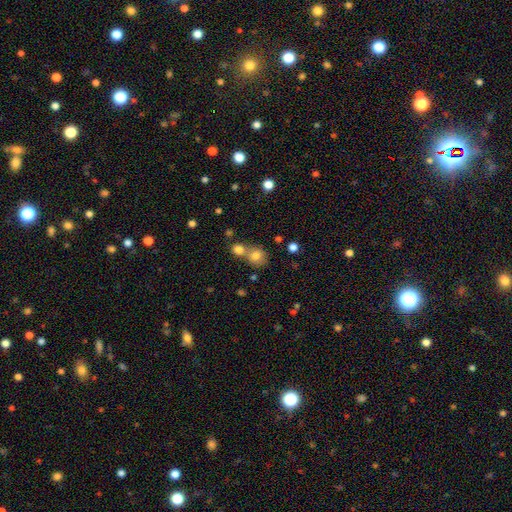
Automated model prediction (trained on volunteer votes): Smooth or featured: smooth — 79% (star or artifact — 12%)
How rounded: round — 79% (in between — 20%)
Merging: none — 47% (merger — 42%)